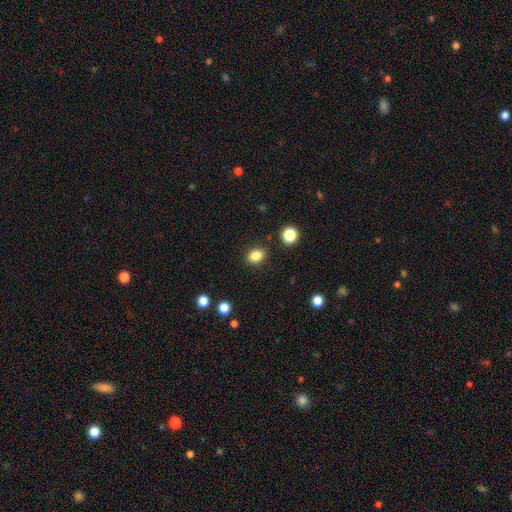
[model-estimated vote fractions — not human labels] smooth_or_featured: smooth (p=0.86) [alt: star or artifact p=0.10]
how_rounded: in between (p=0.65) [alt: round p=0.34]
merging: none (p=0.87) [alt: minor disturbance p=0.09]